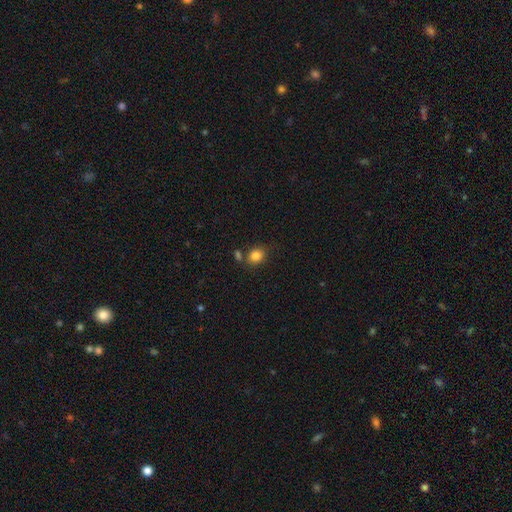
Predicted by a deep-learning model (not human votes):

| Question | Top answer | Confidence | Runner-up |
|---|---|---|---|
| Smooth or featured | smooth | 84% | star or artifact (10%) |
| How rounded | round | 55% | in between (44%) |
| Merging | none | 70% | merger (13%) |